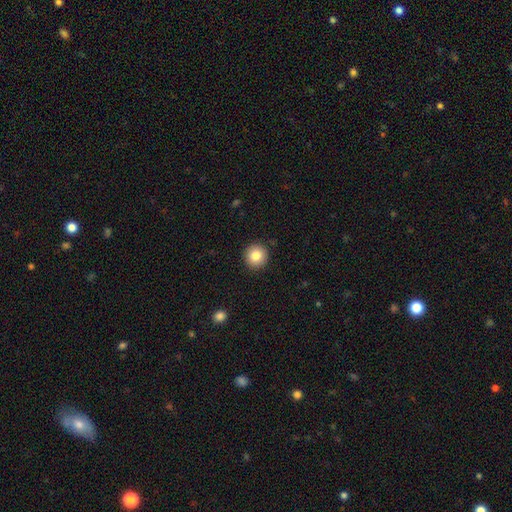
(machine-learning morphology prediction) Smooth or featured?
  - smooth: 83% *
  - star or artifact: 9%
  - featured or disk: 8%
How rounded?
  - round: 94% *
  - in between: 5%
  - cigar-shaped: 1%
Merging?
  - none: 92% *
  - minor disturbance: 5%
  - major disturbance: 2%
  - merger: 1%